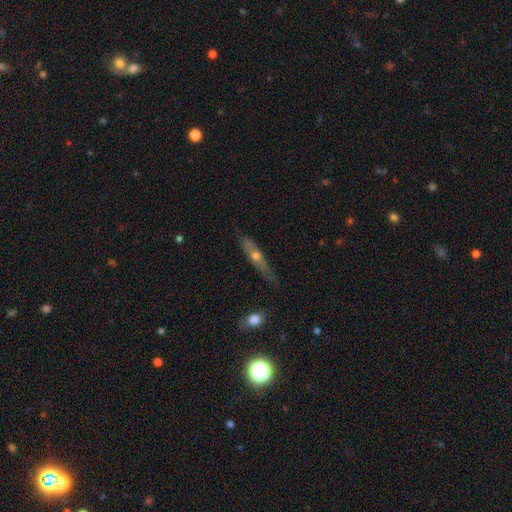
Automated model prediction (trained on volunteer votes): Smooth or featured? featured or disk (57%)
Edge-on disk? yes (77%)
Merging? none (72%)